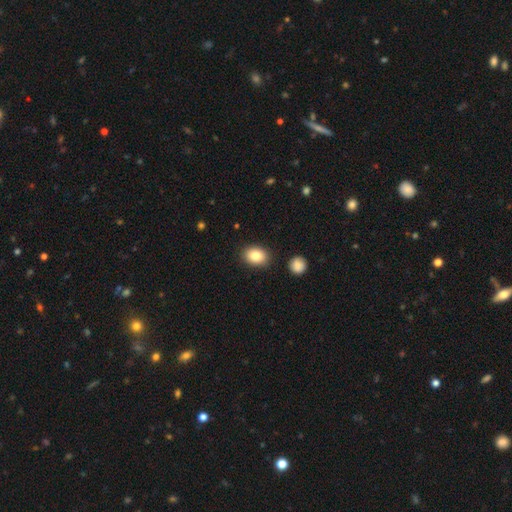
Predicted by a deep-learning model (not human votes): A smooth galaxy with no disk features (85%) that is in between round and cigar-shaped (73%). Merging: none (86%).